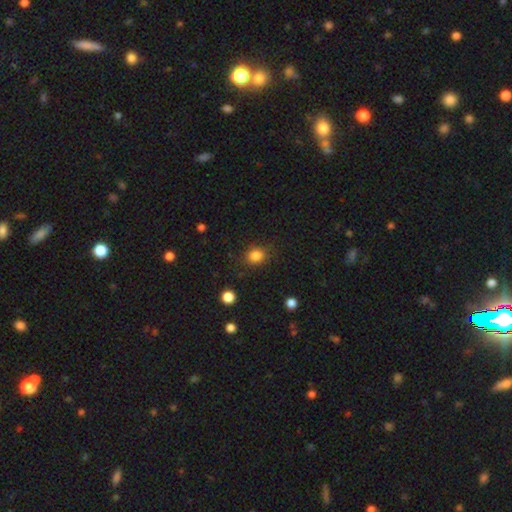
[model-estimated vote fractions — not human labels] smooth-or-featured: smooth: 84% | star or artifact: 11% | featured or disk: 4%
  how-rounded: round: 72% | in between: 27% | cigar-shaped: 1%
  merging: none: 85% | minor disturbance: 11% | major disturbance: 3% | merger: 1%